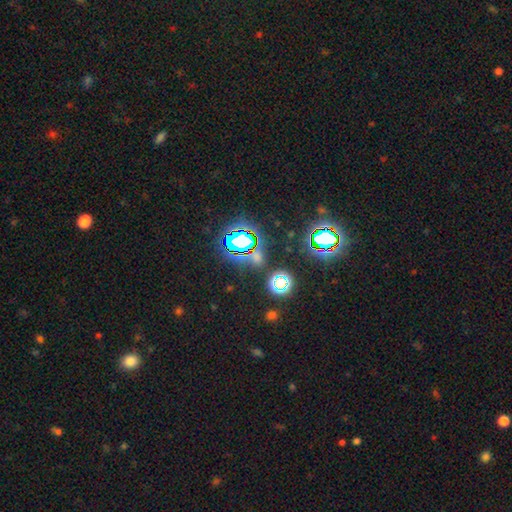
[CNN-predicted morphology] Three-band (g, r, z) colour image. It shows a star or artifact, not a galaxy (70%).